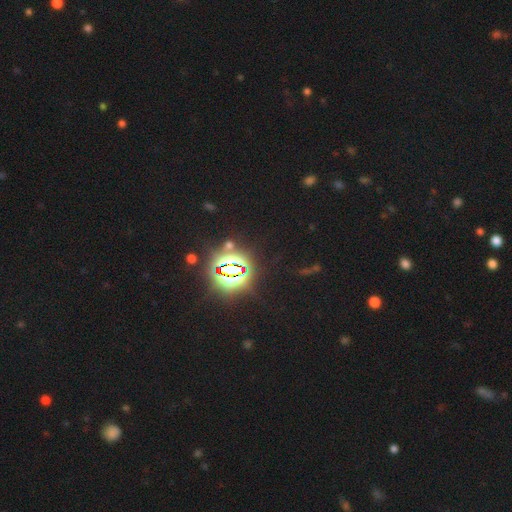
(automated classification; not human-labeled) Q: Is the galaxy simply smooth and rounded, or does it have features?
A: star or artifact — 85%.